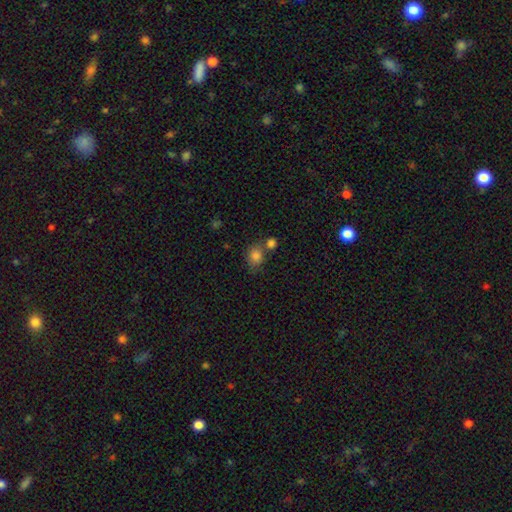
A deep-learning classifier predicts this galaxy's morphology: Smooth or featured? smooth (83%)
How rounded? round (56%)
Merging? none (53%)